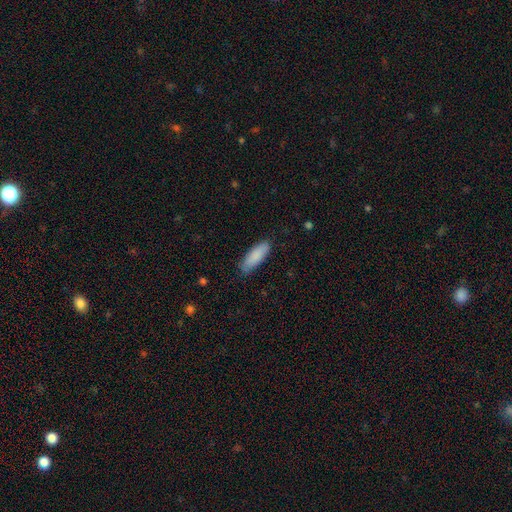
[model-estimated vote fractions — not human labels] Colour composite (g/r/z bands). It shows a smooth galaxy with no disk features (88%) that is in between round and cigar-shaped (56%). Merging: none (84%).